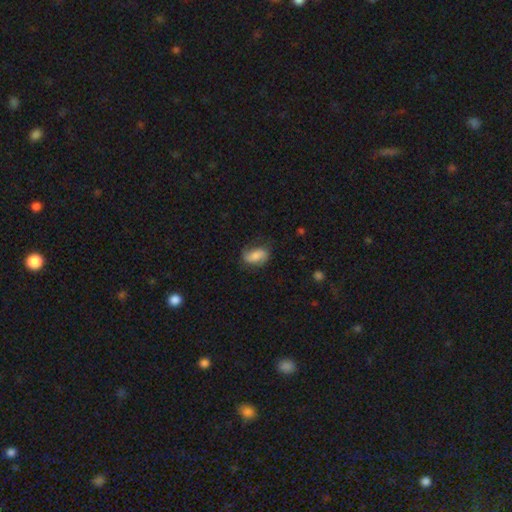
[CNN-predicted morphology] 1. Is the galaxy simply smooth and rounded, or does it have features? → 63% smooth, 29% featured or disk, 8% star or artifact.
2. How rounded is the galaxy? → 87% in between, 9% round, 3% cigar-shaped.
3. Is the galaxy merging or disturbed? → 65% none, 24% minor disturbance, 9% major disturbance, 1% merger.